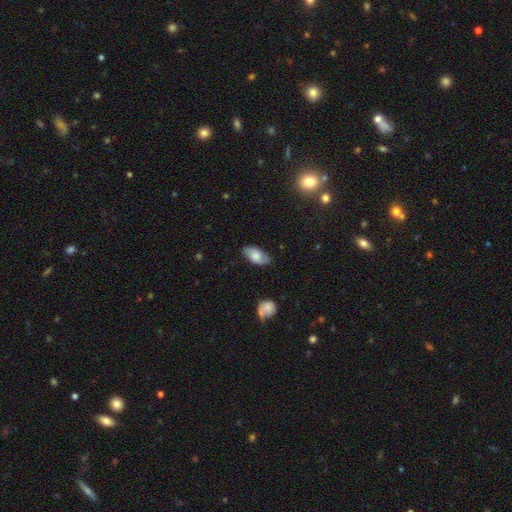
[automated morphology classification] A smooth galaxy with no disk features (67%) that is in between round and cigar-shaped (92%). Merging: none (75%).